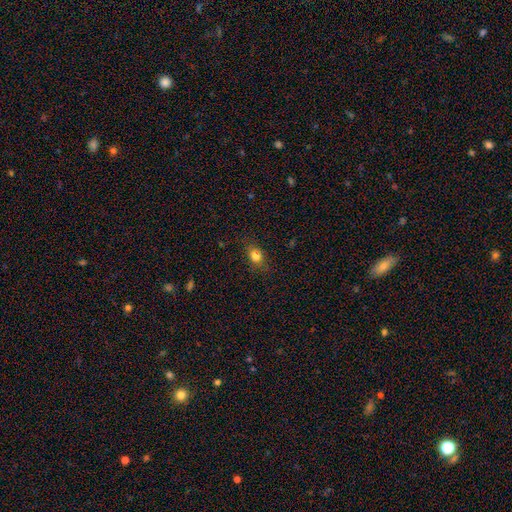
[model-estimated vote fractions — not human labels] The model was most divided on "how rounded": in between: 57%, round: 40%, cigar-shaped: 3%. More confident: smooth or featured — smooth (81%); merging — none (79%).